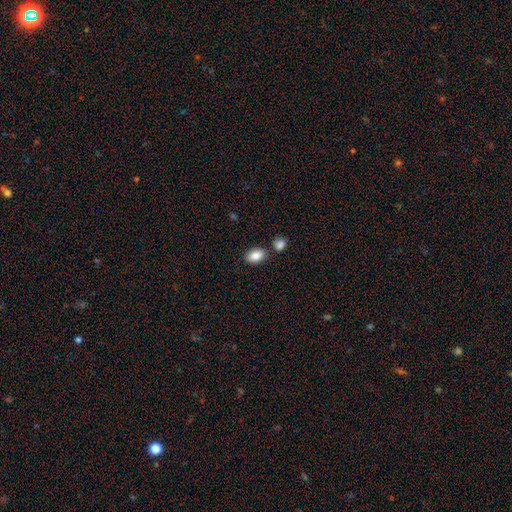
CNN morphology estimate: This is clearly a smooth galaxy (87%). How rounded: clearly in between (89%). Merging: likely none (76%).